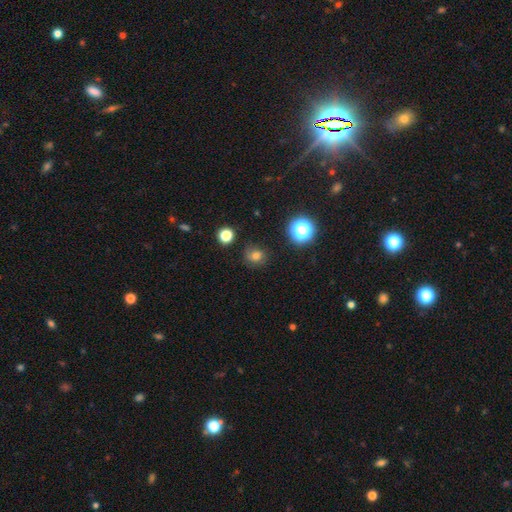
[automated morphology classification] A smooth galaxy with no disk features (70%) that is round (75%).

Vote fractions:
- Smooth or featured? smooth: 70% / star or artifact: 19% / featured or disk: 11%
- How rounded? round: 75% / in between: 24% / cigar-shaped: 1%
- Merging? none: 75% / minor disturbance: 17% / major disturbance: 6% / merger: 2%